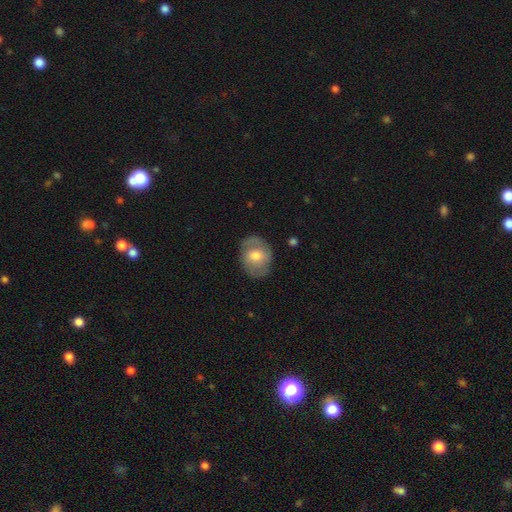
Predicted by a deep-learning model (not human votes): This is possibly a smooth galaxy (51%). How rounded: possibly round (59%). Merging: likely none (75%).